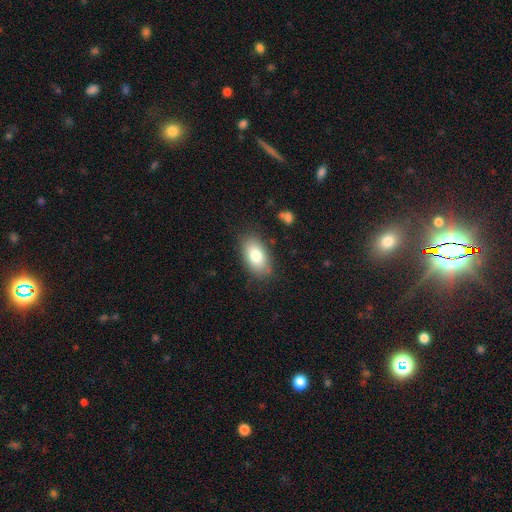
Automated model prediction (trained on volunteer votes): The model was most divided on "smooth or featured": smooth: 79%, featured or disk: 14%, star or artifact: 7%. More confident: how rounded — in between (92%); merging — none (83%).